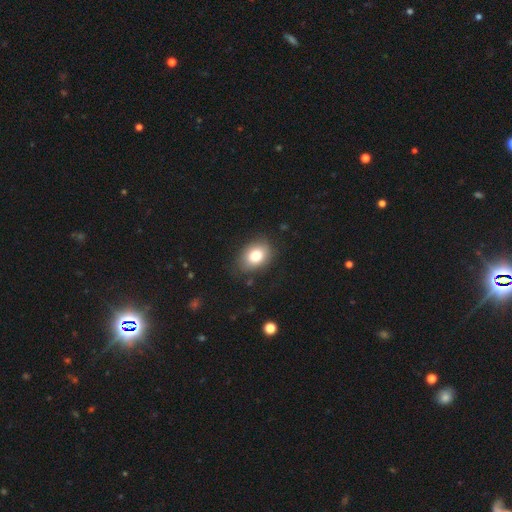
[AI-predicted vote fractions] Overall: smooth (80%). How rounded: in between (70%). Merging: none (82%).